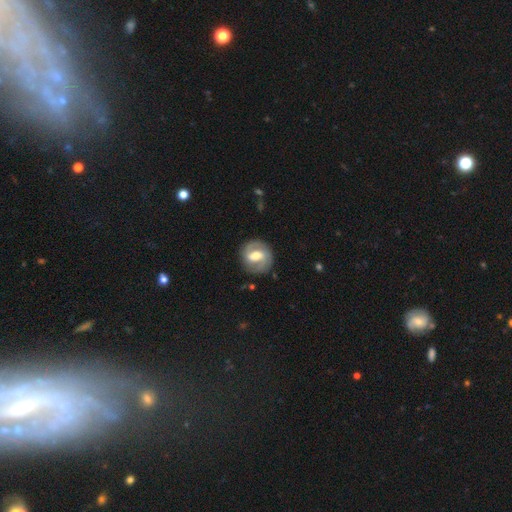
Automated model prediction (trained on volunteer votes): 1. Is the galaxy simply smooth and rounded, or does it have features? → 75% featured or disk, 20% smooth, 5% star or artifact.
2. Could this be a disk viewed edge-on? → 97% no, 3% yes.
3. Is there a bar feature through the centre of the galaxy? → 49% weak, 34% strong, 17% no.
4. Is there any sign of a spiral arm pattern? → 85% yes, 15% no.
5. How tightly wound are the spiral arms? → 44% medium, 41% tight, 15% loose.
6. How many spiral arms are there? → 84% 2, 8% can't tell, 4% 1, 2% 3, 1% 4, 1% more than 4.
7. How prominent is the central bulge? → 61% moderate, 23% large, 12% small, 2% none, 2% dominant.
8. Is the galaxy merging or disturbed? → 81% none, 13% minor disturbance, 5% major disturbance, 1% merger.